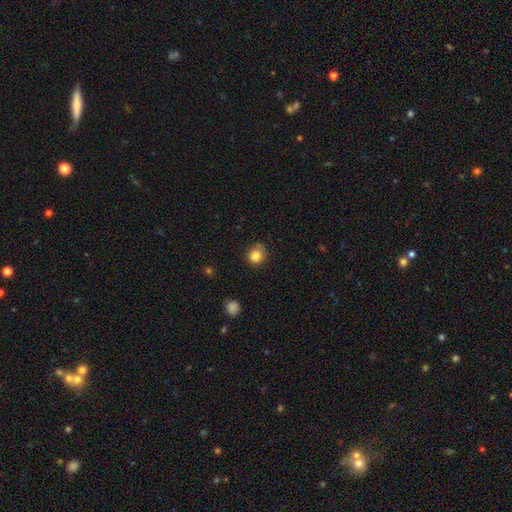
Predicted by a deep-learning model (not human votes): Smooth or featured?
  - smooth: 83% *
  - star or artifact: 11%
  - featured or disk: 5%
How rounded?
  - round: 82% *
  - in between: 17%
  - cigar-shaped: 1%
Merging?
  - none: 68% *
  - minor disturbance: 24%
  - major disturbance: 5%
  - merger: 3%